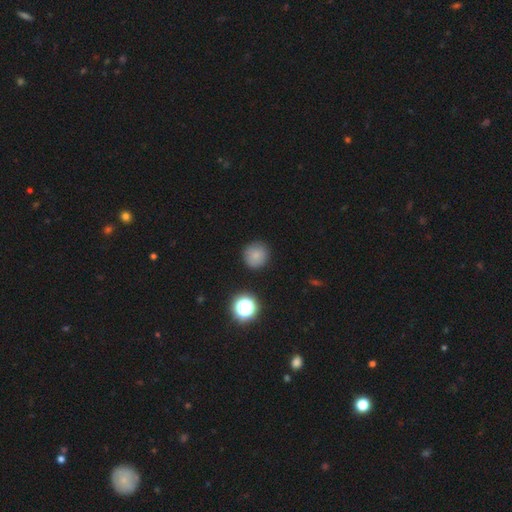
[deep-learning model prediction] Overall: smooth (80%). How rounded: round (93%). Merging: none (88%).